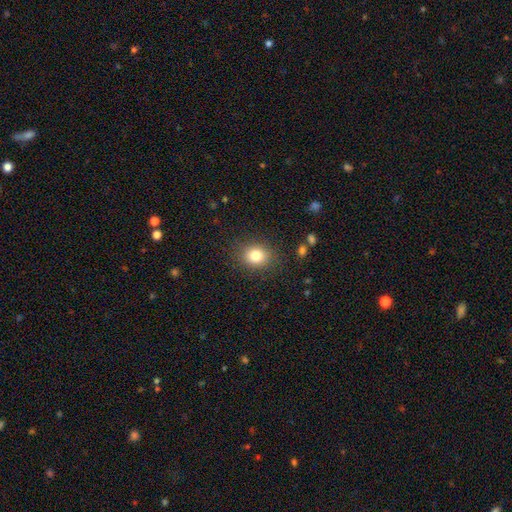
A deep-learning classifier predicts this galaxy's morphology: Smooth or featured? Predicted: smooth (p=0.81). How rounded? Predicted: round (p=0.63). Merging? Predicted: none (p=0.86).